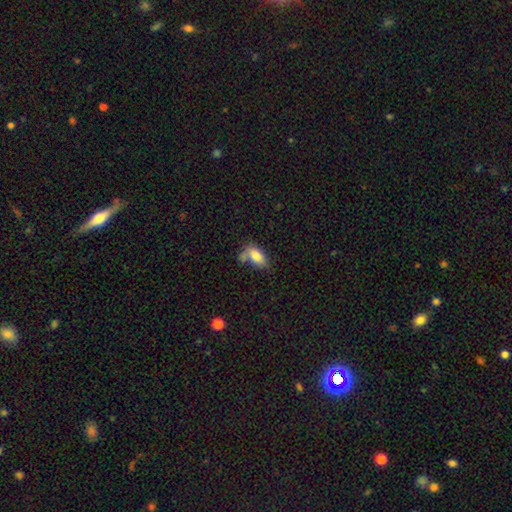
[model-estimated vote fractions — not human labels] Smooth or featured?
  - smooth: 81% *
  - featured or disk: 11%
  - star or artifact: 8%
How rounded?
  - in between: 91% *
  - cigar-shaped: 5%
  - round: 4%
Merging?
  - none: 41% *
  - merger: 26%
  - minor disturbance: 21%
  - major disturbance: 11%